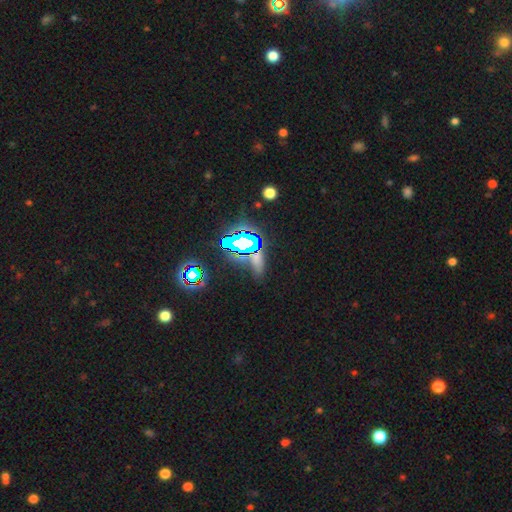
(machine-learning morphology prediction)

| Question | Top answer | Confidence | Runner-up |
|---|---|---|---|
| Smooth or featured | star or artifact | 58% | smooth (27%) |